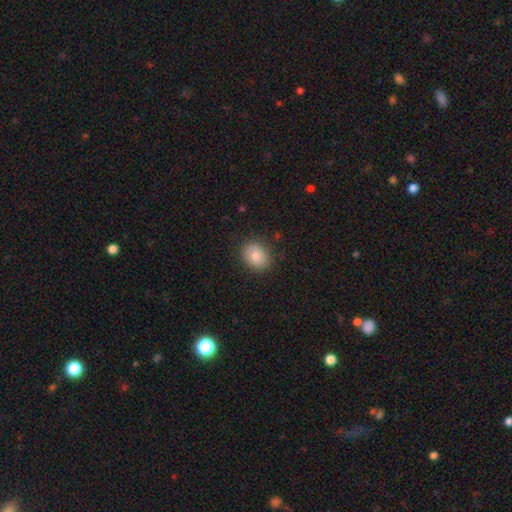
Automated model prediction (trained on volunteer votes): A smooth galaxy with no disk features (80%) that is round (54%).

Vote fractions:
- Smooth or featured? smooth: 80% / featured or disk: 11% / star or artifact: 9%
- How rounded? round: 54% / in between: 46% / cigar-shaped: 1%
- Merging? none: 86% / minor disturbance: 10% / major disturbance: 2% / merger: 1%